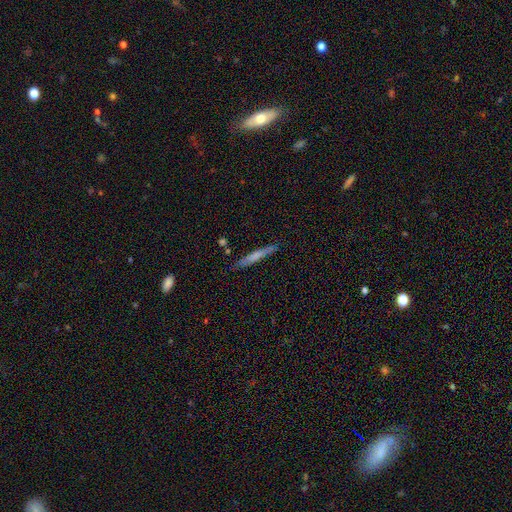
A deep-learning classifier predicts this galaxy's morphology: This appears to be a smooth galaxy with no disk features (61%) that is cigar-shaped (95%). Merging: none (85%).